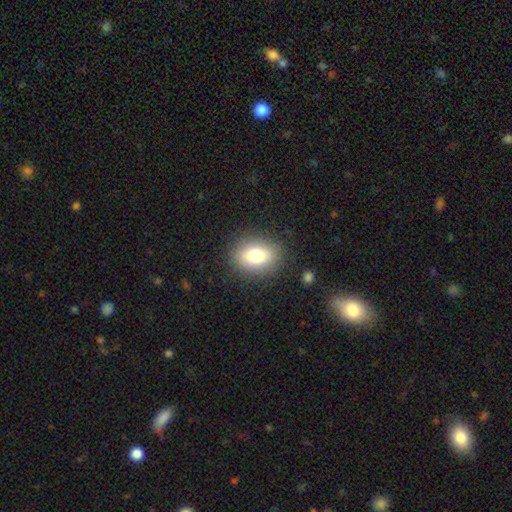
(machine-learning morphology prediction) Smooth or featured? Predicted: smooth (p=0.77). How rounded? Predicted: in between (p=0.65). Merging? Predicted: none (p=0.86).